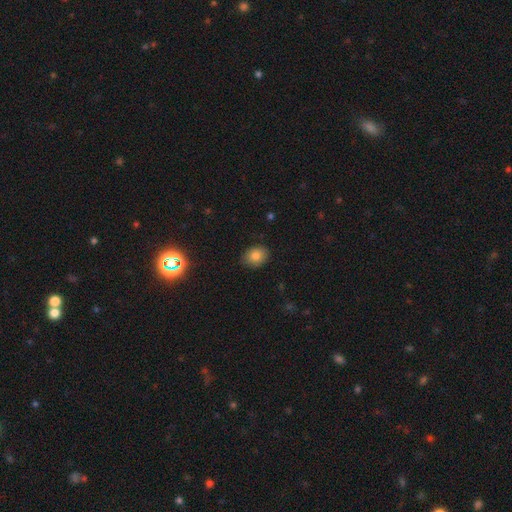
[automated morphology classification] smooth 81%, star or artifact 11%, featured or disk 8%. Down the decision tree: how rounded — in between (55%); merging — none (85%).